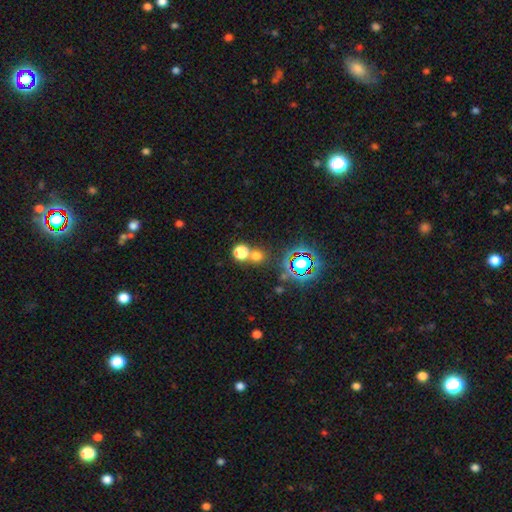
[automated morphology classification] This is likely a smooth galaxy (63%). How rounded: clearly round (86%). Merging: likely none (63%).